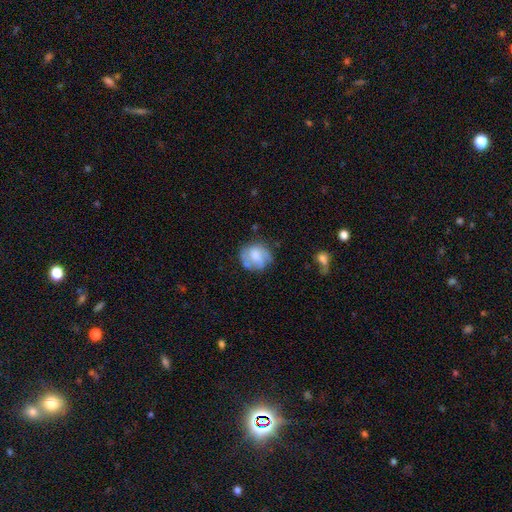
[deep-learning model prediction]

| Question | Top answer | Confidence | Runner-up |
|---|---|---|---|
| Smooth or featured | smooth | 56% | featured or disk (36%) |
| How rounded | round | 77% | in between (22%) |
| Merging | none | 58% | minor disturbance (24%) |